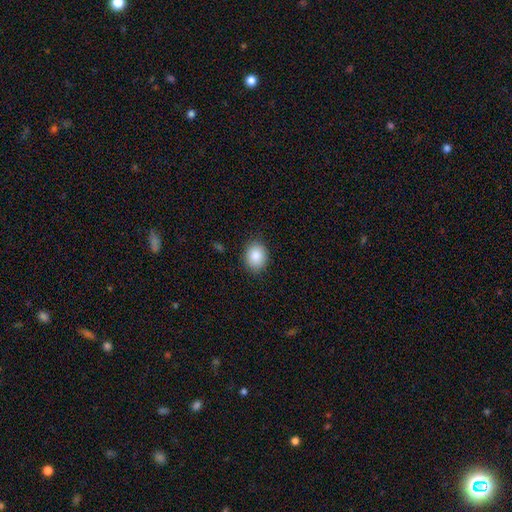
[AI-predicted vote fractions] Morphology: type=smooth (87%); roundness=in between (53%); merging=none (86%).